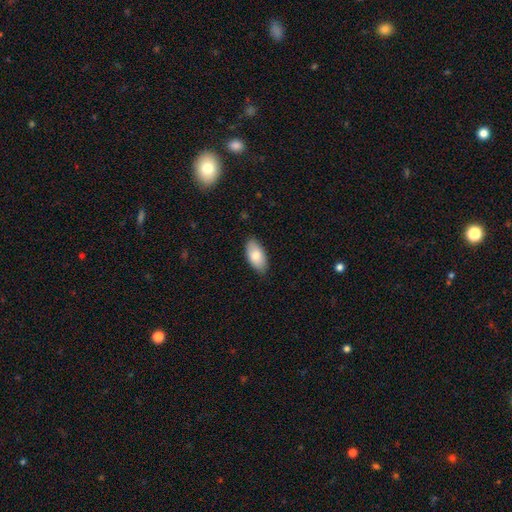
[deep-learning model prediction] Smooth or featured?
  - smooth: 79% *
  - featured or disk: 15%
  - star or artifact: 6%
How rounded?
  - in between: 93% *
  - cigar-shaped: 4%
  - round: 3%
Merging?
  - none: 85% *
  - minor disturbance: 12%
  - major disturbance: 2%
  - merger: 1%